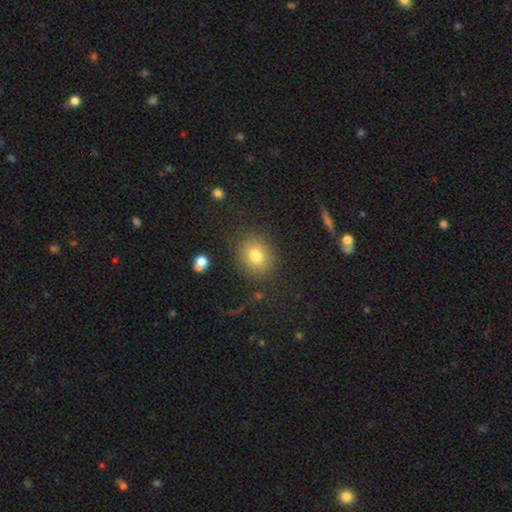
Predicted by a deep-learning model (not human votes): smooth 76%, star or artifact 13%, featured or disk 10%. Down the decision tree: how rounded — round (58%); merging — none (84%).